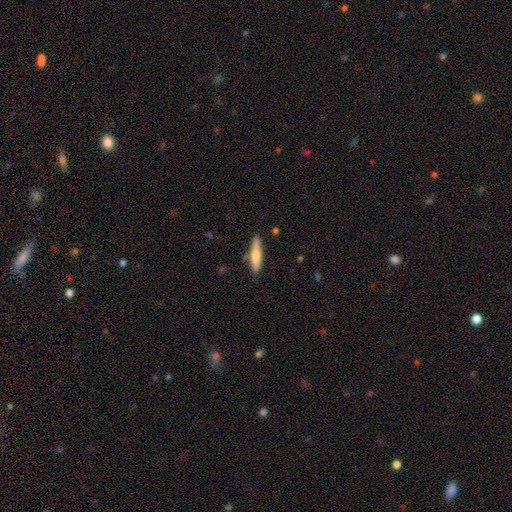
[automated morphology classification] Smooth or featured: smooth — 68% (featured or disk — 26%)
How rounded: cigar-shaped — 80% (in between — 19%)
Merging: none — 82% (minor disturbance — 13%)